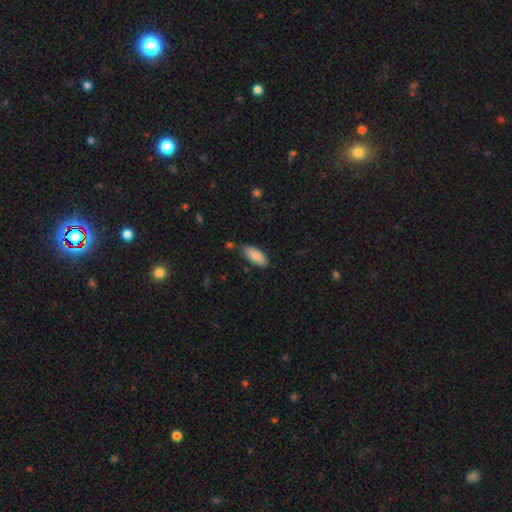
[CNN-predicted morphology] Smooth or featured: smooth — 87% (featured or disk — 7%)
How rounded: in between — 84% (cigar-shaped — 15%)
Merging: none — 78% (minor disturbance — 16%)